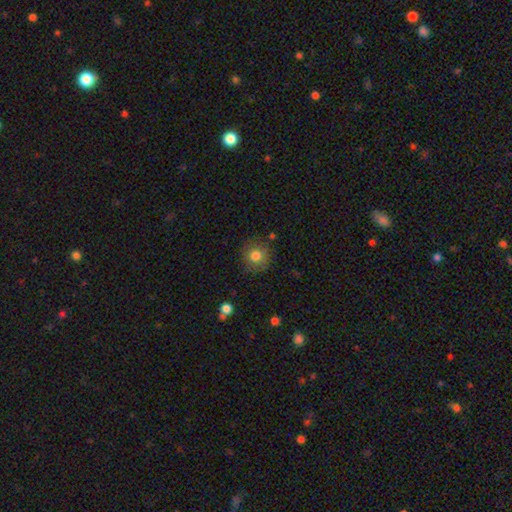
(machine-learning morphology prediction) smooth_or_featured: smooth (p=0.81) [alt: star or artifact p=0.10]
how_rounded: round (p=0.92) [alt: in between p=0.07]
merging: none (p=0.84) [alt: minor disturbance p=0.11]